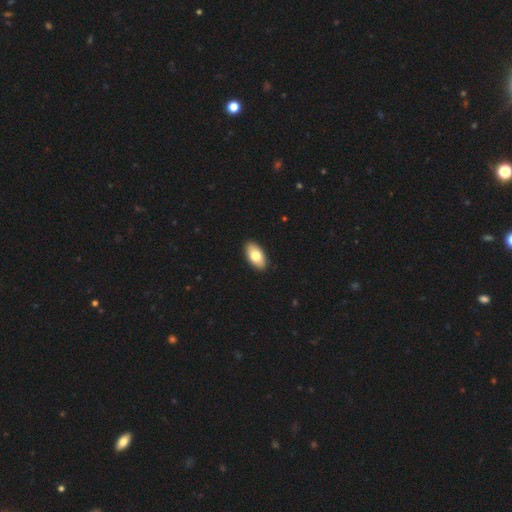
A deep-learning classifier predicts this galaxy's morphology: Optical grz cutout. It shows a smooth galaxy with no disk features (78%) that is in between round and cigar-shaped (94%). Merging: none (91%).